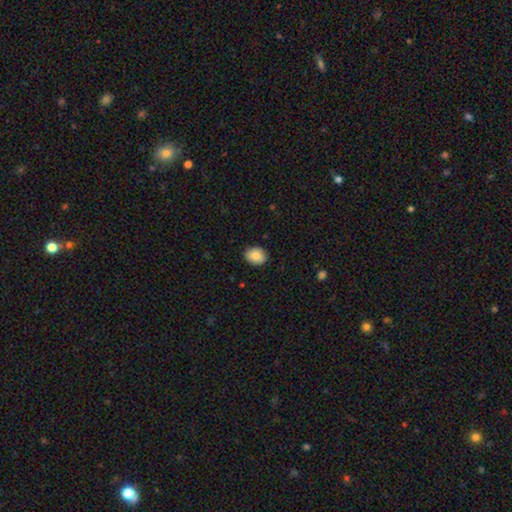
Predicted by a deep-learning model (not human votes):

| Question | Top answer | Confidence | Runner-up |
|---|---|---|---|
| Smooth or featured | smooth | 87% | star or artifact (7%) |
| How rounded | in between | 54% | round (45%) |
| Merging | none | 88% | minor disturbance (9%) |